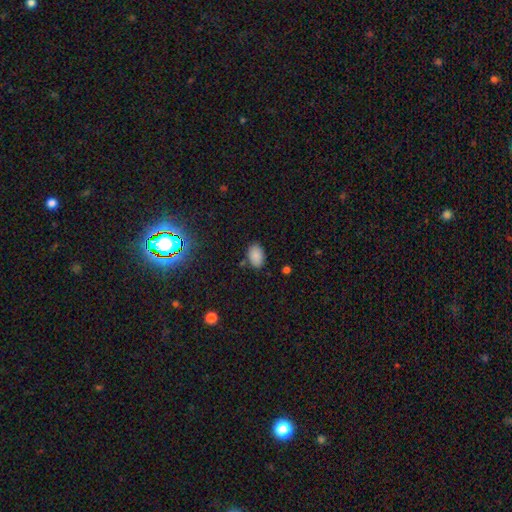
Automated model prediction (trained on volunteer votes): Smooth or featured? Predicted: smooth (p=0.86). How rounded? Predicted: in between (p=0.89). Merging? Predicted: none (p=0.83).